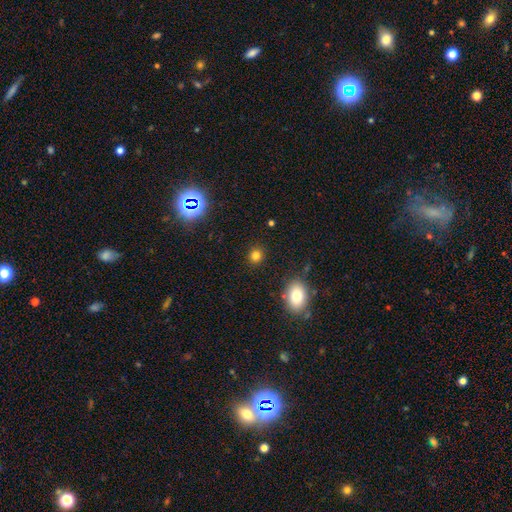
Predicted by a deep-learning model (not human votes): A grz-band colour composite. It shows a smooth galaxy with no disk features (80%) that is round (81%). Merging: none (88%).